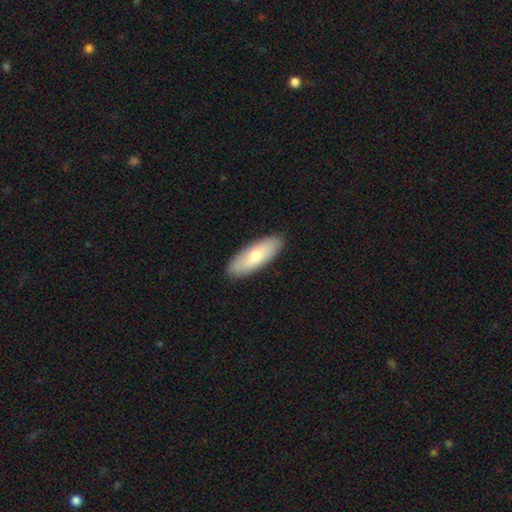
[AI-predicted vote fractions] smooth-or-featured: smooth: 69% | featured or disk: 26% | star or artifact: 5%
  how-rounded: in between: 69% | cigar-shaped: 29% | round: 2%
  merging: none: 90% | minor disturbance: 8% | major disturbance: 2% | merger: 1%